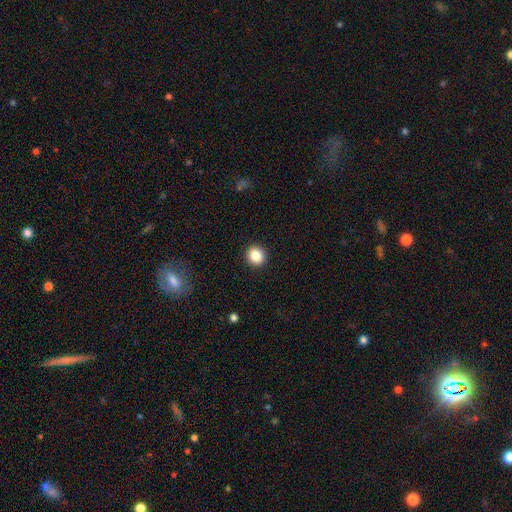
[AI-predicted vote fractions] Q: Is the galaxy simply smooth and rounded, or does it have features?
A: smooth — 86%.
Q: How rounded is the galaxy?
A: round — 88%.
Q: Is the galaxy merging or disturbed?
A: none — 93%.